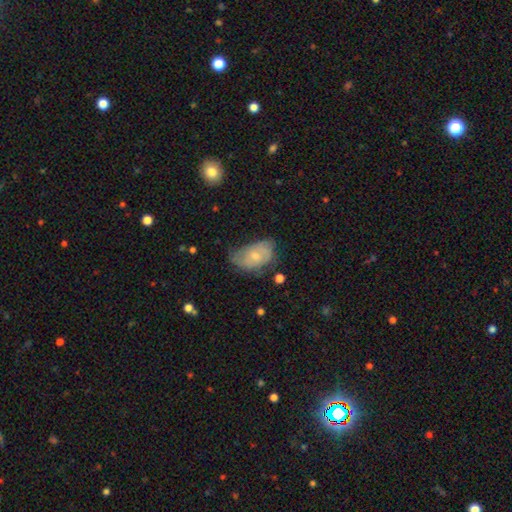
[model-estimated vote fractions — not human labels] smooth_or_featured: smooth (p=0.55) [alt: featured or disk p=0.37]
how_rounded: in between (p=0.90) [alt: round p=0.08]
merging: none (p=0.41) [alt: minor disturbance p=0.39]